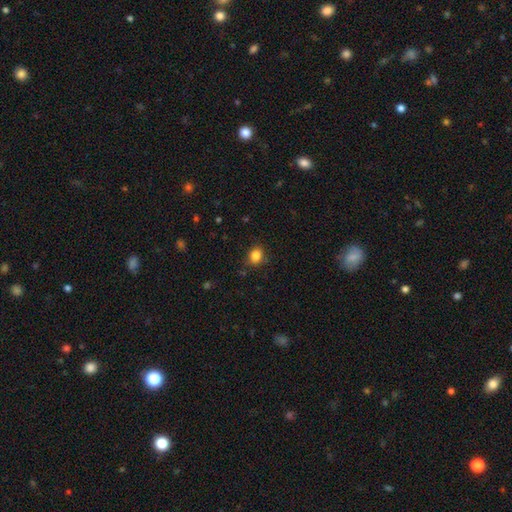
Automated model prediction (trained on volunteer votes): Smooth or featured? smooth (84%)
How rounded? round (59%)
Merging? none (82%)